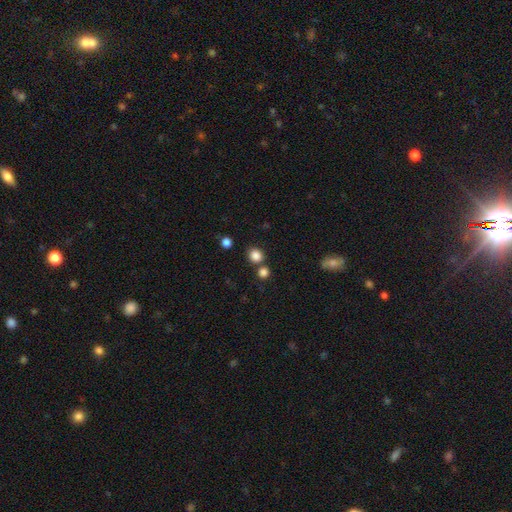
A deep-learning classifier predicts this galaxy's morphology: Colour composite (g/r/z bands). It shows a smooth galaxy with no disk features (84%) that is round (78%). Merging: none (72%).